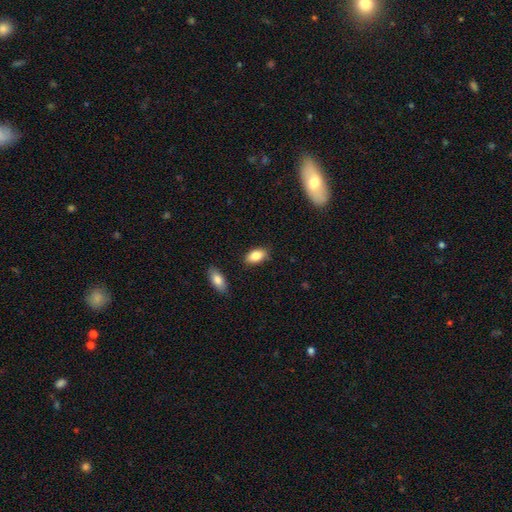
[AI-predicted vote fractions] A smooth galaxy with no disk features (86%) that is in between round and cigar-shaped (93%).

Vote fractions:
- Smooth or featured? smooth: 86% / featured or disk: 7% / star or artifact: 7%
- How rounded? in between: 93% / round: 4% / cigar-shaped: 3%
- Merging? none: 84% / minor disturbance: 11% / merger: 2% / major disturbance: 2%